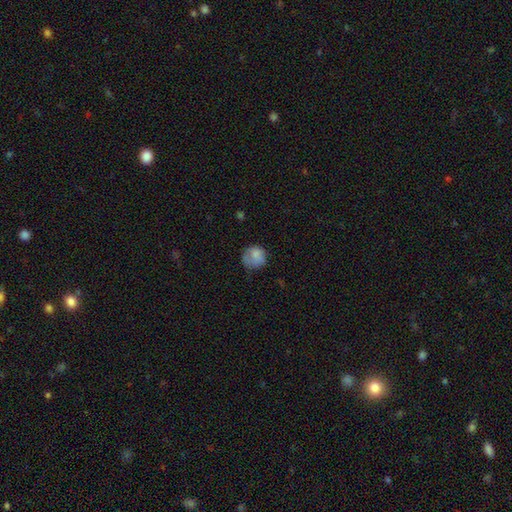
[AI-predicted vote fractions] Smooth or featured? smooth (78%)
How rounded? round (80%)
Merging? none (52%)